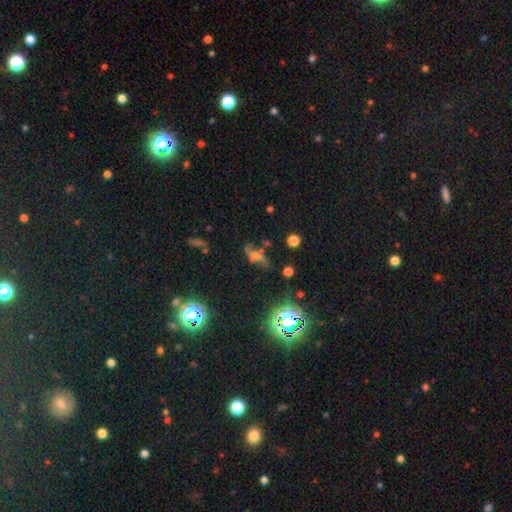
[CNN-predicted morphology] Overall: featured or disk (40%; smooth 34%). Merging: none (47%; minor disturbance 23%).